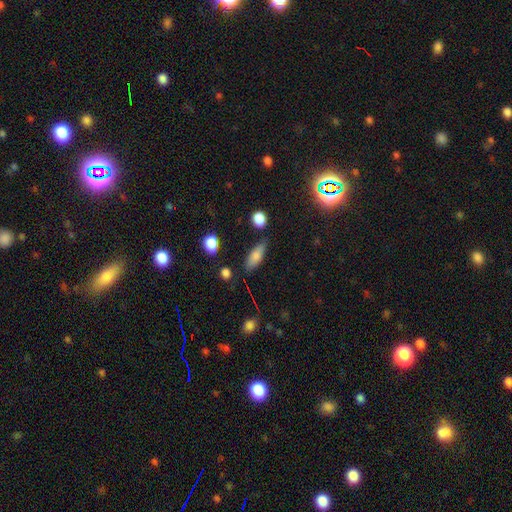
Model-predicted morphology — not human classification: A smooth galaxy with no disk features (76%) that is in between round and cigar-shaped (65%).

Vote fractions:
- Smooth or featured? smooth: 76% / featured or disk: 16% / star or artifact: 8%
- How rounded? in between: 65% / cigar-shaped: 31% / round: 3%
- Merging? none: 76% / minor disturbance: 16% / merger: 4% / major disturbance: 4%